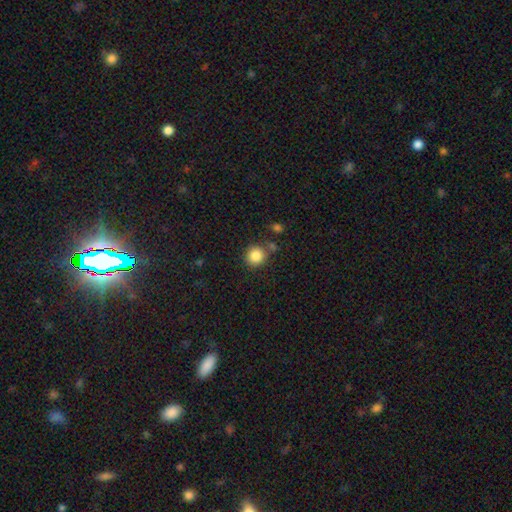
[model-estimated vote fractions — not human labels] Smooth or featured? smooth (86%)
How rounded? round (91%)
Merging? none (77%)